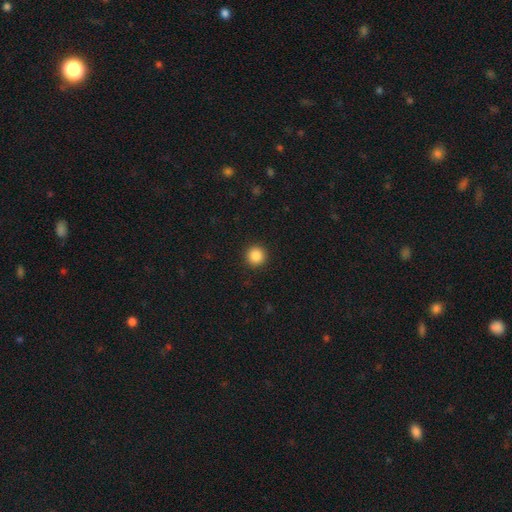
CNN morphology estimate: Smooth or featured?
  - smooth: 86% *
  - star or artifact: 10%
  - featured or disk: 4%
How rounded?
  - round: 95% *
  - in between: 4%
  - cigar-shaped: 1%
Merging?
  - none: 93% *
  - minor disturbance: 5%
  - major disturbance: 2%
  - merger: 1%